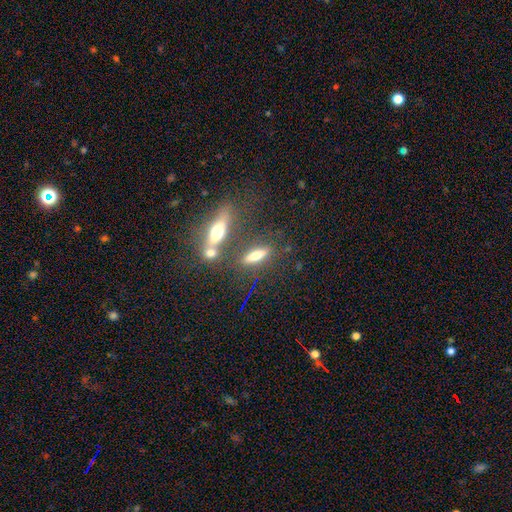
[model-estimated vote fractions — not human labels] This appears to be a smooth galaxy with no disk features (57%) that is cigar-shaped (65%). Merging: none (65%).